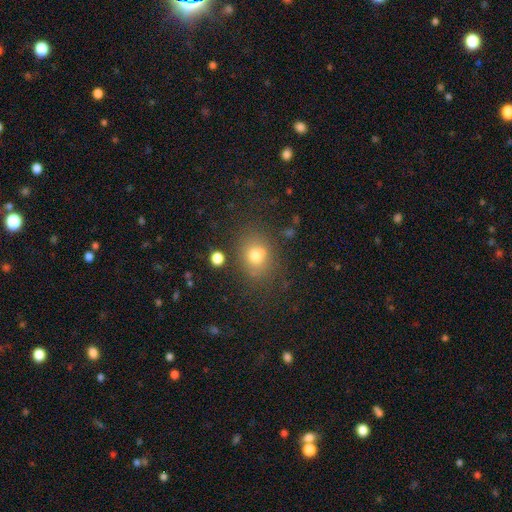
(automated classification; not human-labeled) smooth-or-featured: smooth: 74% | star or artifact: 15% | featured or disk: 11%
  how-rounded: round: 54% | in between: 45% | cigar-shaped: 1%
  merging: none: 73% | minor disturbance: 15% | merger: 6% | major disturbance: 6%